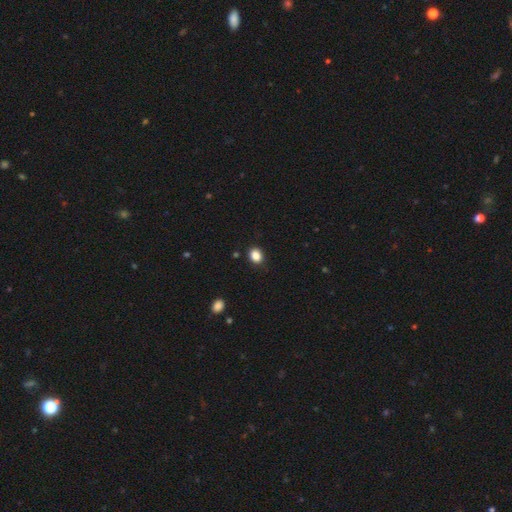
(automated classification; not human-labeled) A smooth galaxy with no disk features (86%) that is round (52%).

Vote fractions:
- Smooth or featured? smooth: 86% / star or artifact: 10% / featured or disk: 3%
- How rounded? round: 52% / in between: 47% / cigar-shaped: 1%
- Merging? none: 87% / minor disturbance: 9% / major disturbance: 2% / merger: 1%